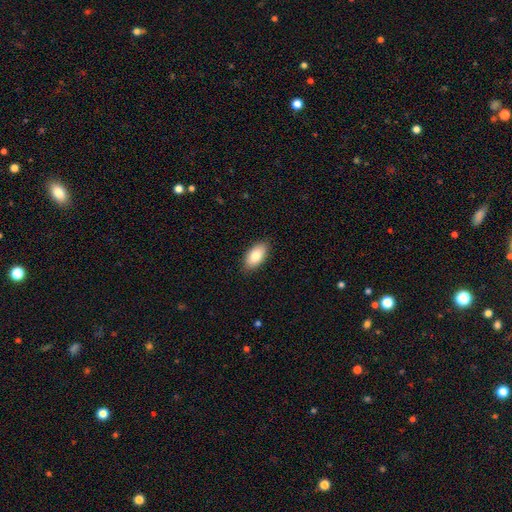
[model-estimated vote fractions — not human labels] Morphology: type=smooth (81%); roundness=in between (93%); merging=none (88%).